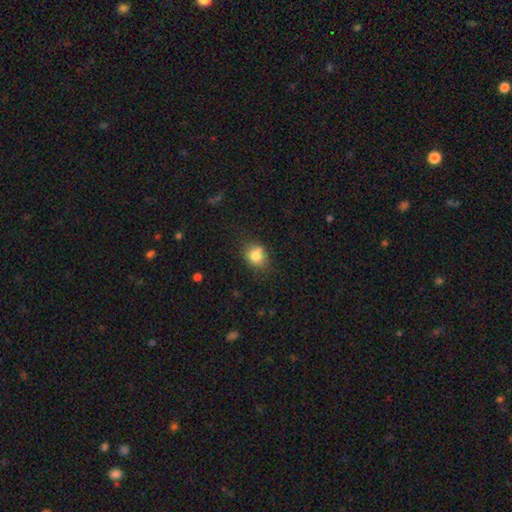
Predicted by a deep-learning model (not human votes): Smooth or featured? smooth (79%)
How rounded? round (54%)
Merging? none (61%)